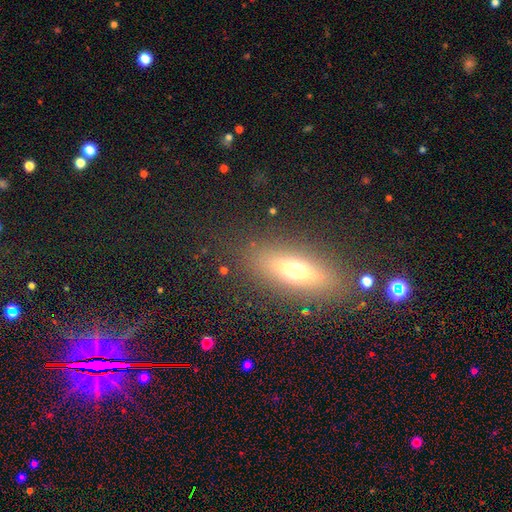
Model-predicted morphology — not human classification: This is possibly a smooth galaxy (50%). How rounded: possibly in between (51%). Merging: clearly none (85%).